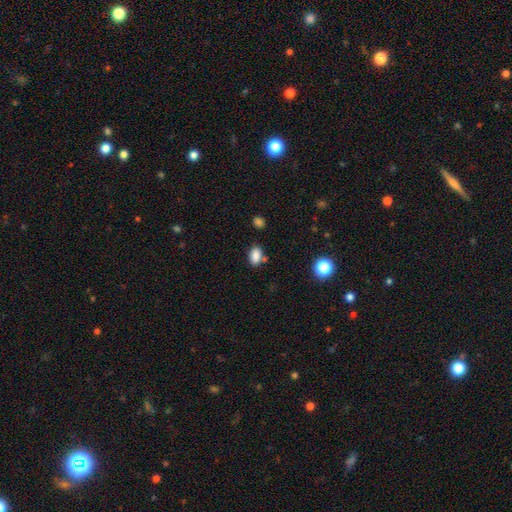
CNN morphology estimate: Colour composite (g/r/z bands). It shows a smooth galaxy with no disk features (86%) that is in between round and cigar-shaped (87%). Merging: none (70%).